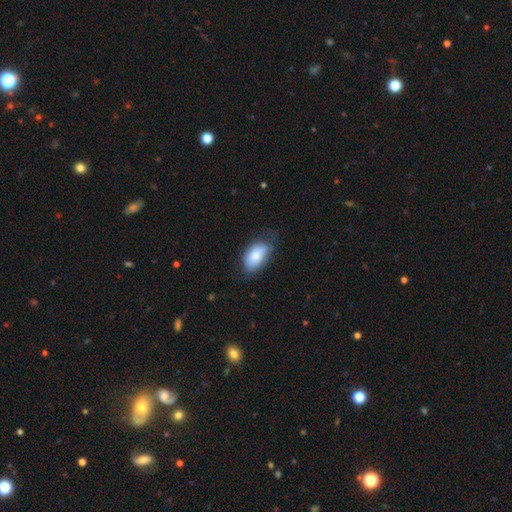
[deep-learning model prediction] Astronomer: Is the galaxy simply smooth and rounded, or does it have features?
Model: smooth — 77%.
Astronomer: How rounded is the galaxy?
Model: in between — 92%.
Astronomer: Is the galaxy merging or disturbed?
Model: none — 53% (runner-up: minor disturbance, 35%).